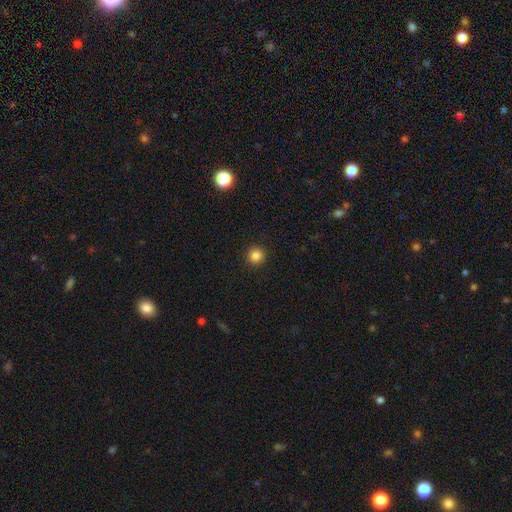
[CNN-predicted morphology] This is clearly a smooth galaxy (84%). How rounded: clearly round (95%). Merging: clearly none (93%).